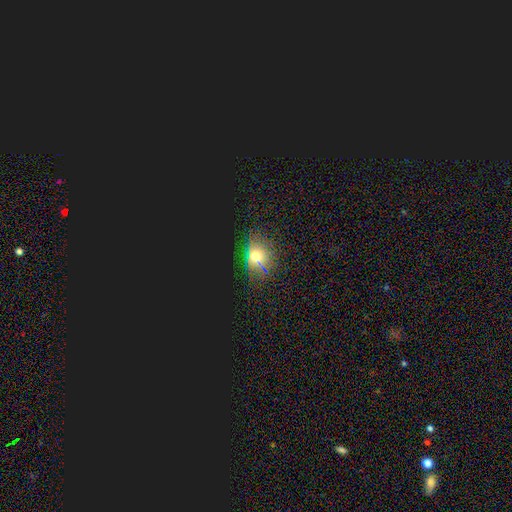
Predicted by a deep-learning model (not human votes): Smooth or featured? Predicted: smooth (p=0.49). Merging? Predicted: none (p=0.81).